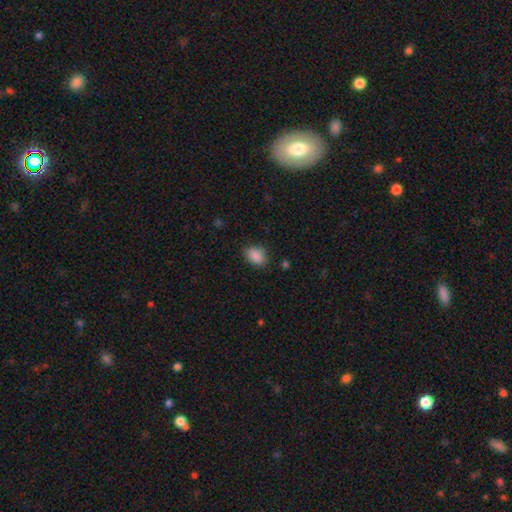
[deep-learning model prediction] Q: Smooth or featured?
A: smooth (88%); runner-up: star or artifact (8%)
Q: How rounded?
A: in between (81%); runner-up: round (18%)
Q: Merging?
A: none (81%); runner-up: minor disturbance (14%)